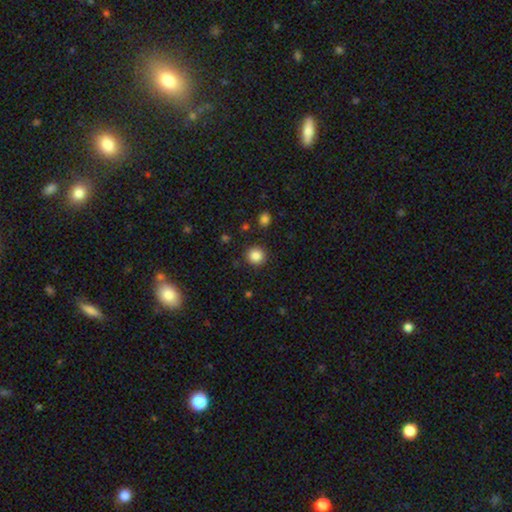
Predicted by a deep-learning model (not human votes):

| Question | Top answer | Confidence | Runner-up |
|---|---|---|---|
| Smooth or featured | smooth | 85% | star or artifact (11%) |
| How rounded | round | 93% | in between (6%) |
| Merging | none | 91% | minor disturbance (6%) |